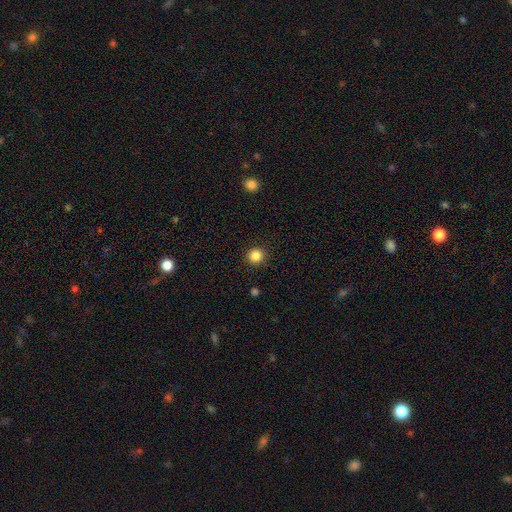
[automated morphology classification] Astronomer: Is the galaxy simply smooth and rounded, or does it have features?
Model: smooth — 85%.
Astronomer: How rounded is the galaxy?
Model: round — 93%.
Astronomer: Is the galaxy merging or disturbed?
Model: none — 92%.